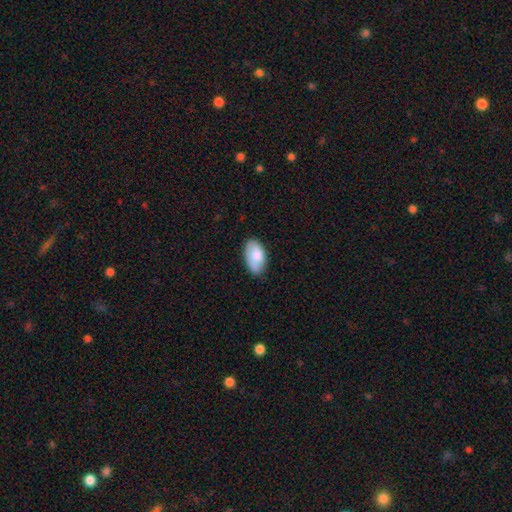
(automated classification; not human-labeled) smooth 79%, featured or disk 15%, star or artifact 6%. Down the decision tree: how rounded — in between (95%); merging — none (74%).